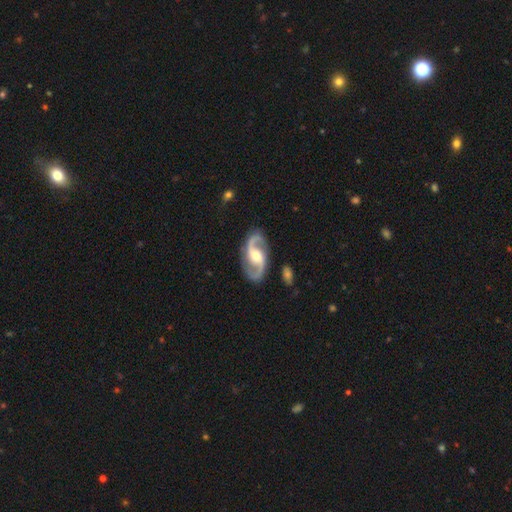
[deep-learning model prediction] Q: Smooth or featured?
A: featured or disk (92%); runner-up: star or artifact (4%)
Q: Edge-on disk?
A: no (98%); runner-up: yes (2%)
Q: Bar?
A: weak (43%); runner-up: no (36%)
Q: Spiral arms?
A: yes (98%); runner-up: no (2%)
Q: Spiral winding?
A: medium (52%); runner-up: loose (38%)
Q: Spiral arm count?
A: 2 (95%); runner-up: can't tell (1%)
Q: Bulge size?
A: moderate (70%); runner-up: small (19%)
Q: Merging?
A: none (85%); runner-up: minor disturbance (10%)